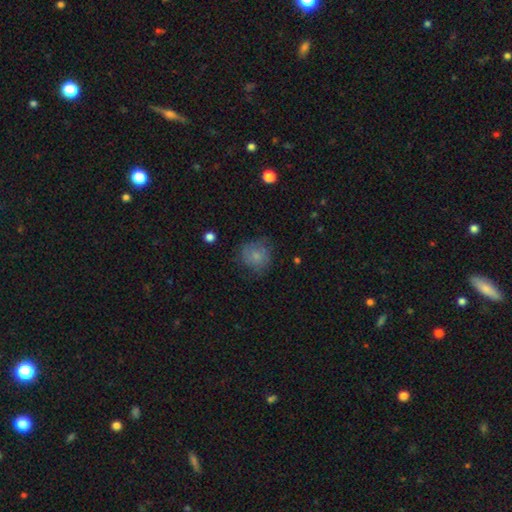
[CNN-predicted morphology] smooth_or_featured: smooth (p=0.70) [alt: featured or disk p=0.21]
how_rounded: round (p=0.79) [alt: in between p=0.20]
merging: none (p=0.61) [alt: minor disturbance p=0.25]